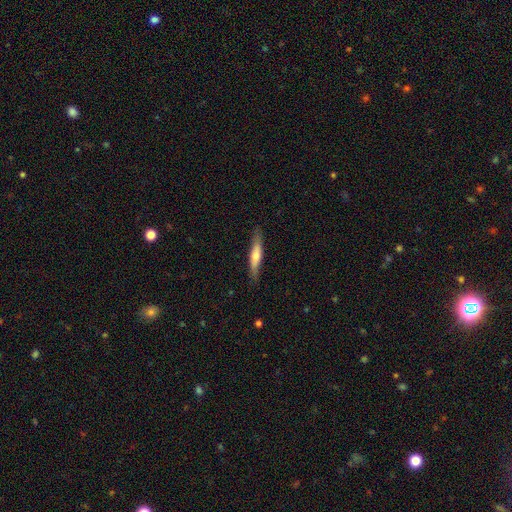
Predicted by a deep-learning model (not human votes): A smooth galaxy with no disk features (54%) that is cigar-shaped (87%).

Vote fractions:
- Smooth or featured? smooth: 54% / featured or disk: 40% / star or artifact: 6%
- How rounded? cigar-shaped: 87% / in between: 12% / round: 2%
- Merging? none: 85% / minor disturbance: 12% / major disturbance: 2% / merger: 1%